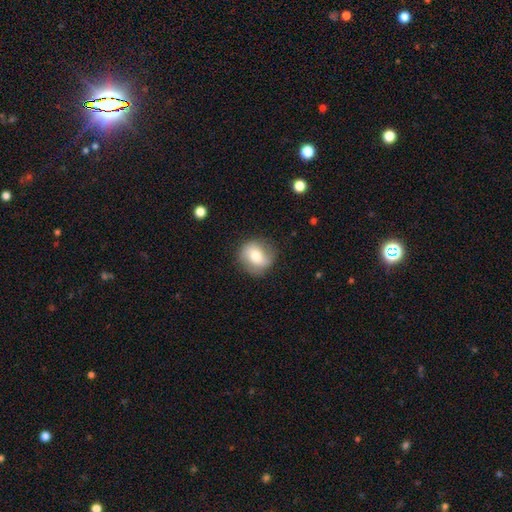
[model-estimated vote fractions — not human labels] Smooth or featured: smooth — 55% (featured or disk — 37%)
How rounded: round — 80% (in between — 19%)
Merging: none — 80% (minor disturbance — 14%)